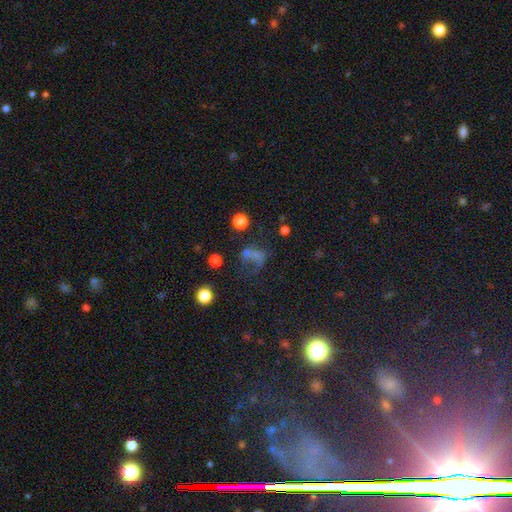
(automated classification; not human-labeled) The model was most divided on "smooth or featured": star or artifact: 41%, smooth: 38%, featured or disk: 21%.